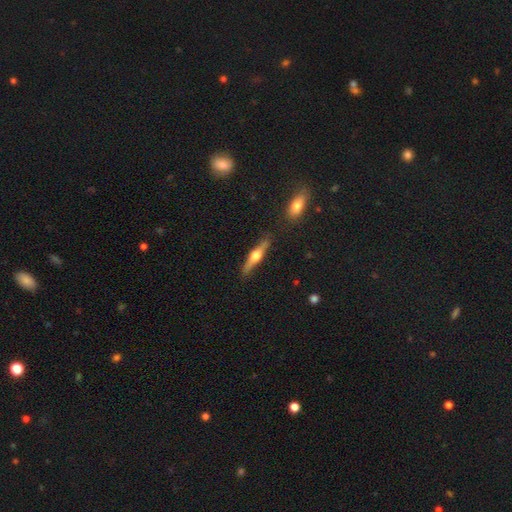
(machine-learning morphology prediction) Smooth or featured? featured or disk (68%)
Edge-on disk? yes (97%)
Edge-on bulge? rounded (95%)
Merging? none (86%)